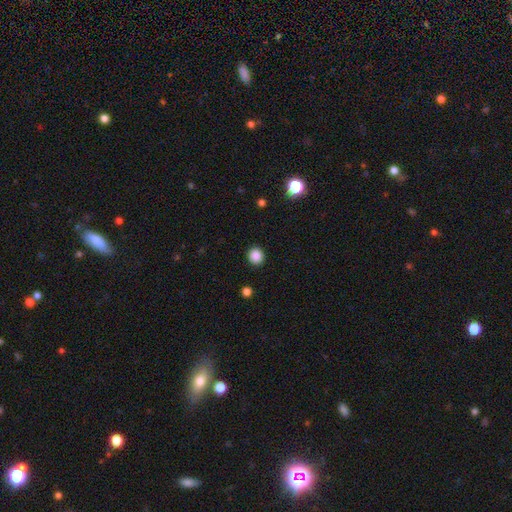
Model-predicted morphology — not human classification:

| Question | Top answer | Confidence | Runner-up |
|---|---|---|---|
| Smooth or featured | smooth | 87% | star or artifact (10%) |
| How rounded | round | 86% | in between (13%) |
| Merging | none | 91% | minor disturbance (6%) |